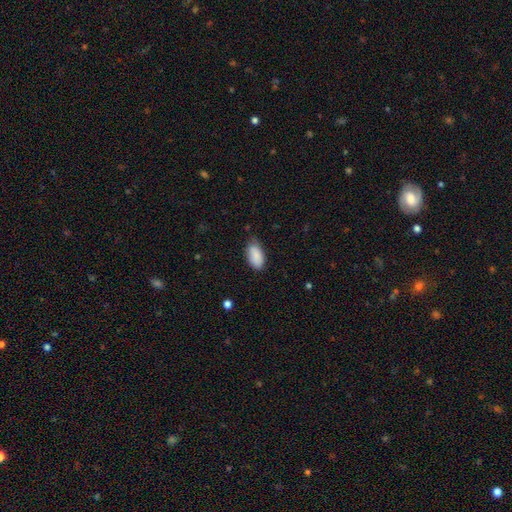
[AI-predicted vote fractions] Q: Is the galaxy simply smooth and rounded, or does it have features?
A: smooth — 88%.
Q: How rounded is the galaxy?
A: in between — 93%.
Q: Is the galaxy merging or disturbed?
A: none — 69%.